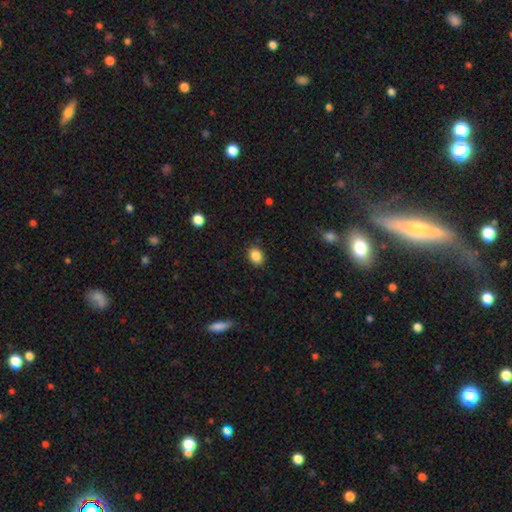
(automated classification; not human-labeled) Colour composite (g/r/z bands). It shows a smooth galaxy with no disk features (86%) that is in between round and cigar-shaped (54%). Merging: none (88%).